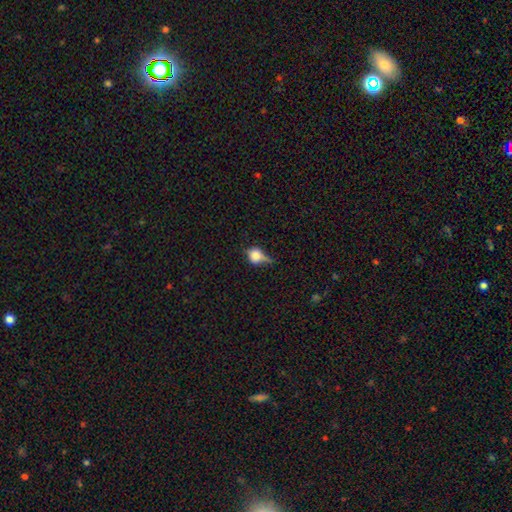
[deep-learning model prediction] smooth 70%, featured or disk 17%, star or artifact 12%. Down the decision tree: how rounded — round (67%); merging — minor disturbance (37%).